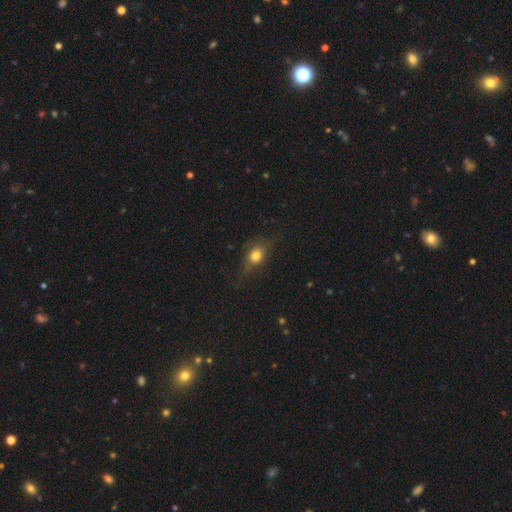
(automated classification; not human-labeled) Smooth or featured? smooth (73%)
How rounded? in between (53%)
Merging? none (68%)